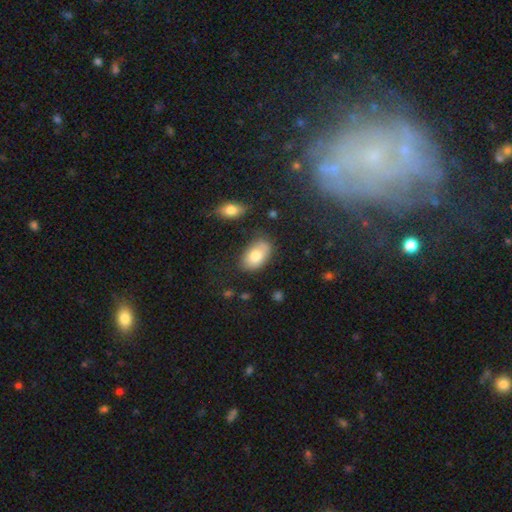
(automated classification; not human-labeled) smooth 78%, featured or disk 15%, star or artifact 7%. Down the decision tree: how rounded — in between (92%); merging — none (71%).